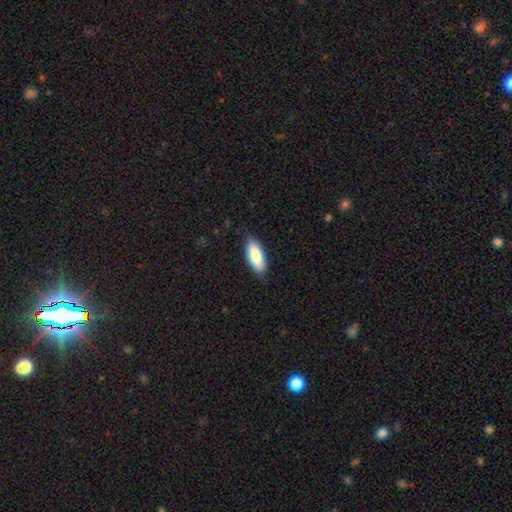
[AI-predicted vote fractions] Q: Smooth or featured?
A: smooth (84%); runner-up: featured or disk (10%)
Q: How rounded?
A: in between (80%); runner-up: cigar-shaped (19%)
Q: Merging?
A: none (83%); runner-up: minor disturbance (13%)